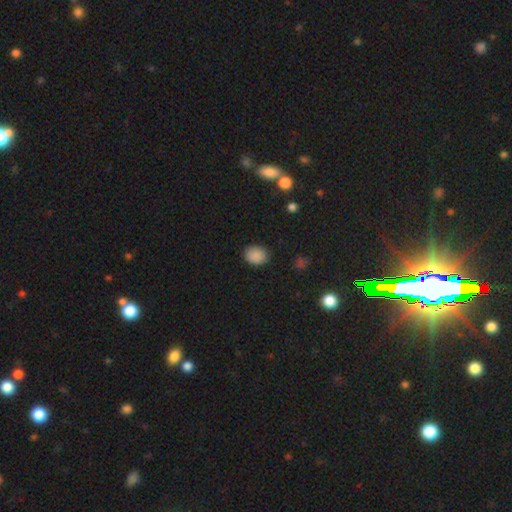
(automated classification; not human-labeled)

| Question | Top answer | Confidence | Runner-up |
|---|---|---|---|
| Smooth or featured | smooth | 87% | star or artifact (10%) |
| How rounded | round | 54% | in between (45%) |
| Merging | none | 87% | minor disturbance (10%) |